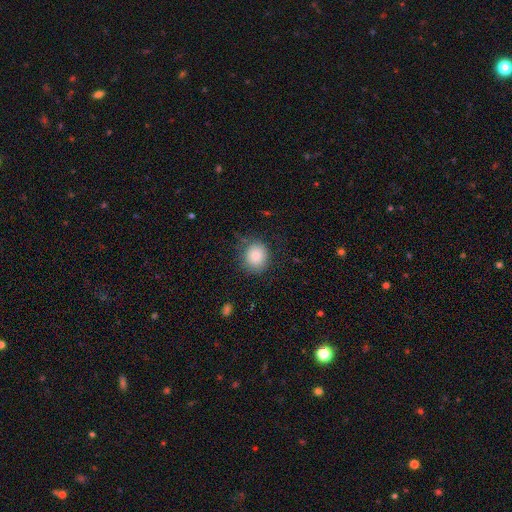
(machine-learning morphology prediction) This is clearly a smooth galaxy (84%). How rounded: likely round (77%). Merging: likely none (77%).